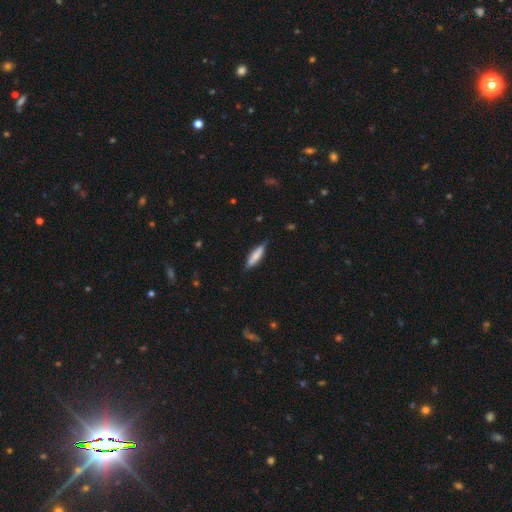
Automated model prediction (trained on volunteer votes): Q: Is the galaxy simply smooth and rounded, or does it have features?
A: smooth — 70%.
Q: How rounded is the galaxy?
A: cigar-shaped — 74%.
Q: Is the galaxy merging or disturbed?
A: none — 82%.